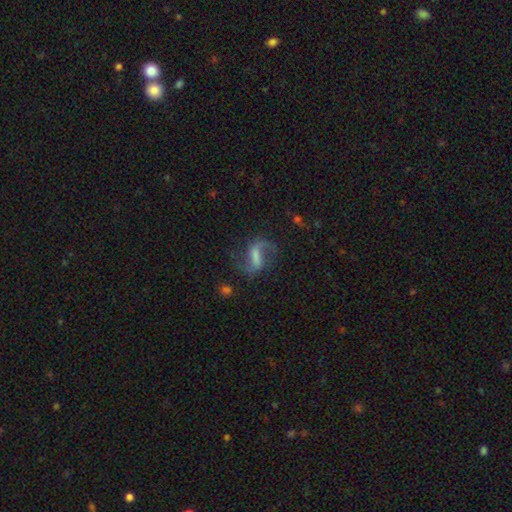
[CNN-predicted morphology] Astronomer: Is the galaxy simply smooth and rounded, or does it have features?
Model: featured or disk — 78%.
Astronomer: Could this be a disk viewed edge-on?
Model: no — 96%.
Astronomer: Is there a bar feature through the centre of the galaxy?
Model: strong — 49% (runner-up: weak, 38%).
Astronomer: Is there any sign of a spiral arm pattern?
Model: yes — 93%.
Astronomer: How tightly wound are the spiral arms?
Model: loose — 59%.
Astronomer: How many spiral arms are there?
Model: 2 — 89%.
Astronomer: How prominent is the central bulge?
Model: none — 41% (runner-up: small, 25%).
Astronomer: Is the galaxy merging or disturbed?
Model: none — 70%.